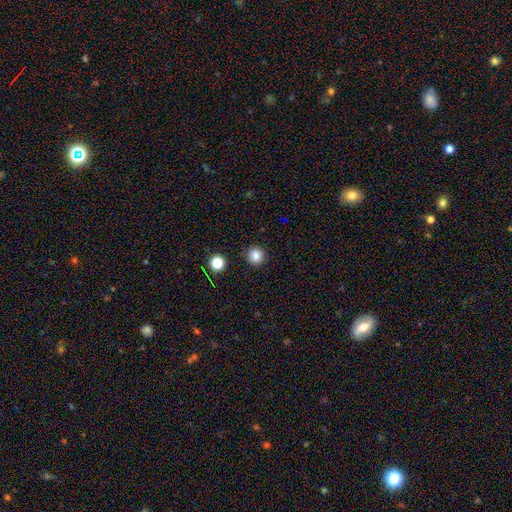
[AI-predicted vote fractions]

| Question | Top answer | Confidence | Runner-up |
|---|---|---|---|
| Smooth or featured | smooth | 84% | star or artifact (12%) |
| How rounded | round | 95% | in between (4%) |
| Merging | none | 91% | minor disturbance (5%) |